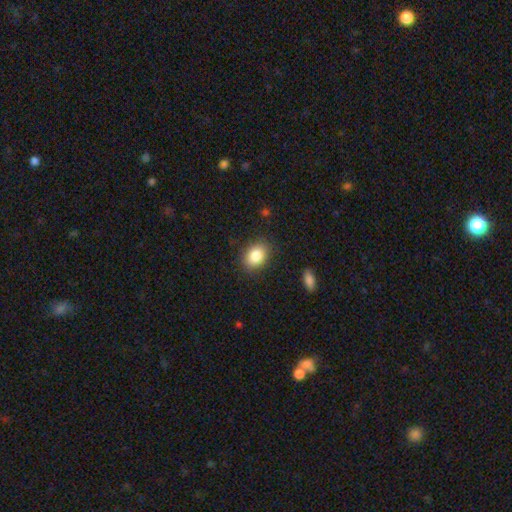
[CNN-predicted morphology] A smooth galaxy with no disk features (84%) that is in between round and cigar-shaped (67%). Merging: none (85%).